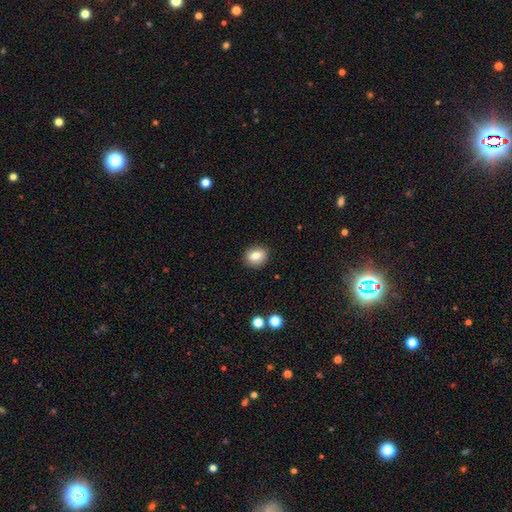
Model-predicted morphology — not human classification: This appears to be a smooth galaxy with no disk features (79%) that is round (61%). Merging: none (88%).